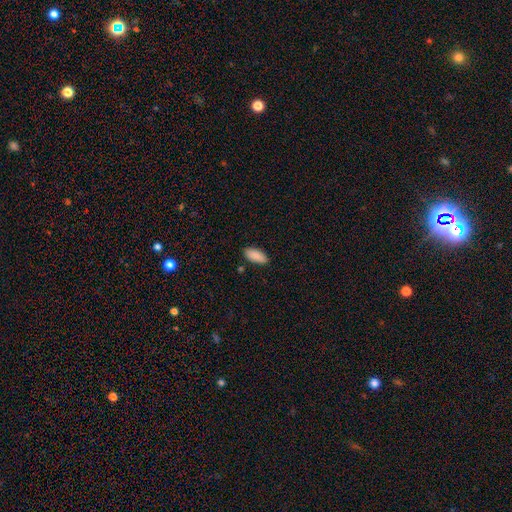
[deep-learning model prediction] Smooth or featured: smooth — 88% (star or artifact — 6%)
How rounded: in between — 87% (cigar-shaped — 11%)
Merging: none — 86% (minor disturbance — 10%)